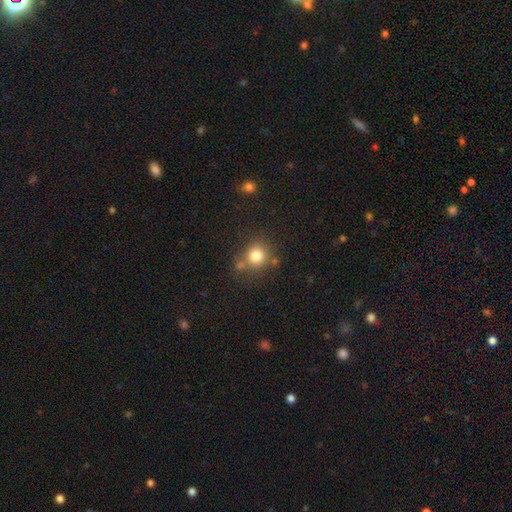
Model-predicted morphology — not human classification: A smooth galaxy with no disk features (80%) that is round (85%).

Vote fractions:
- Smooth or featured? smooth: 80% / star or artifact: 12% / featured or disk: 8%
- How rounded? round: 85% / in between: 14% / cigar-shaped: 1%
- Merging? none: 67% / merger: 14% / minor disturbance: 14% / major disturbance: 5%